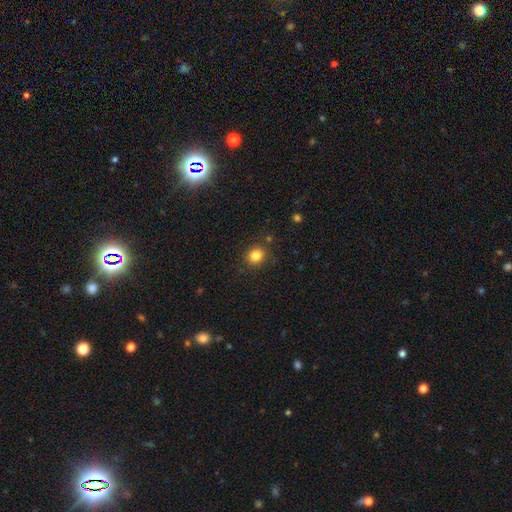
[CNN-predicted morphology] smooth_or_featured: smooth (p=0.83) [alt: star or artifact p=0.12]
how_rounded: round (p=0.82) [alt: in between p=0.17]
merging: none (p=0.85) [alt: minor disturbance p=0.09]